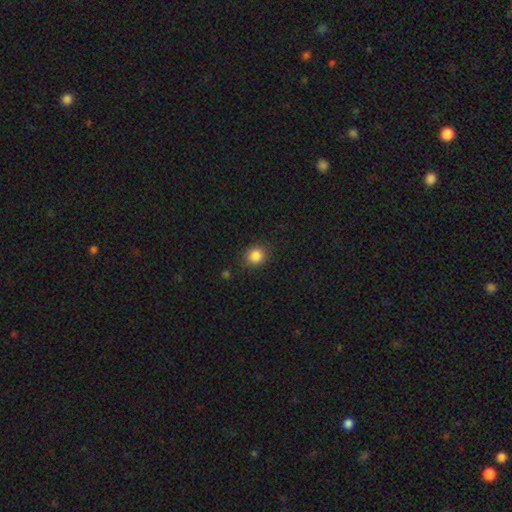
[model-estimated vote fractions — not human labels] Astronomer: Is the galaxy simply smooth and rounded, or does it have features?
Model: smooth — 86%.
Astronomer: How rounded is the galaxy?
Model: round — 79%.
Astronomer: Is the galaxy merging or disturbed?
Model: none — 85%.